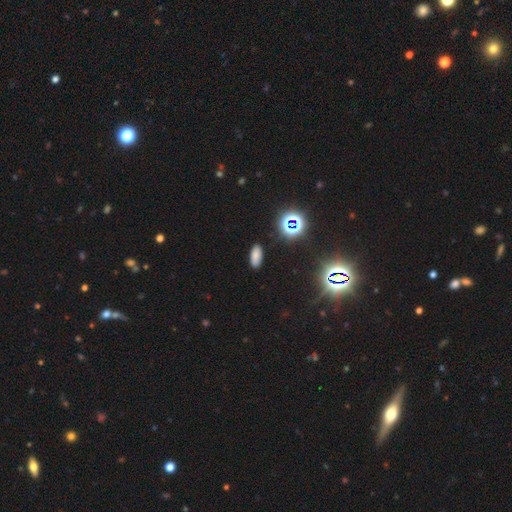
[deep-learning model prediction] This appears to be a smooth galaxy with no disk features (71%) that is in between round and cigar-shaped (86%). Merging: none (88%).